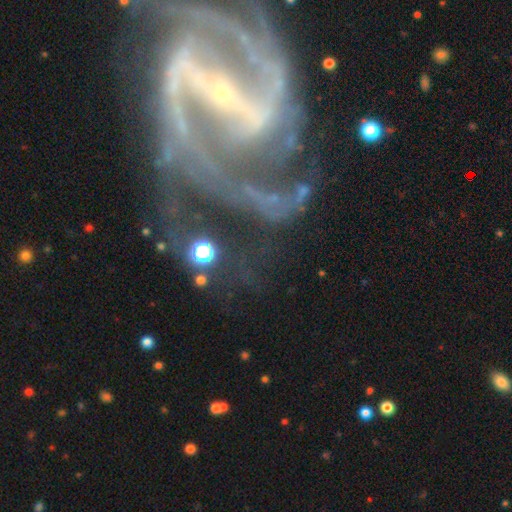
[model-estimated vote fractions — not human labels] A featured or disk galaxy (91%) with a strong bar (75%), 2 (63%) medium (50%) spiral arms (97%) and a small central bulge (89%).

Vote fractions:
- Smooth or featured? featured or disk: 91% / star or artifact: 6% / smooth: 3%
- Edge-on disk? no: 97% / yes: 3%
- Bar? strong: 75% / weak: 17% / no: 8%
- Spiral arms? yes: 97% / no: 3%
- Spiral winding? medium: 50% / tight: 28% / loose: 22%
- Spiral arm count? 2: 63% / 3: 10% / can't tell: 9% / 4: 7% / 1: 6% / more than 4: 6%
- Bulge size? small: 89% / moderate: 7% / none: 2% / large: 1% / dominant: 1%
- Merging? none: 53% / major disturbance: 22% / minor disturbance: 19% / merger: 6%